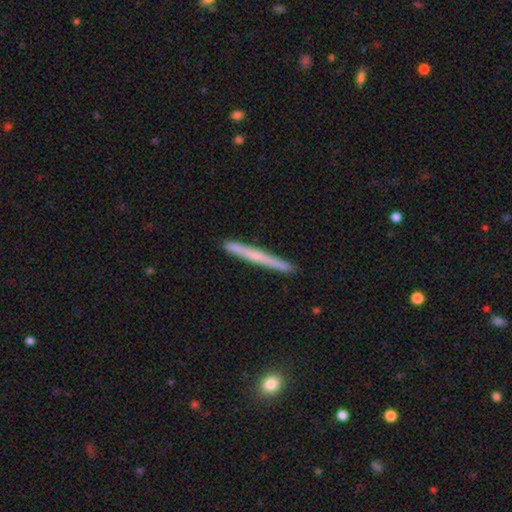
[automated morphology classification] This is possibly a smooth galaxy (50%). Merging: clearly none (91%).